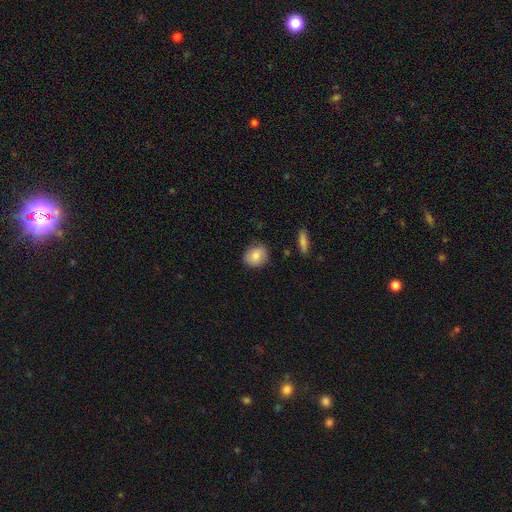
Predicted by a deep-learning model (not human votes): This is clearly a smooth galaxy (83%). How rounded: likely round (64%). Merging: clearly none (82%).